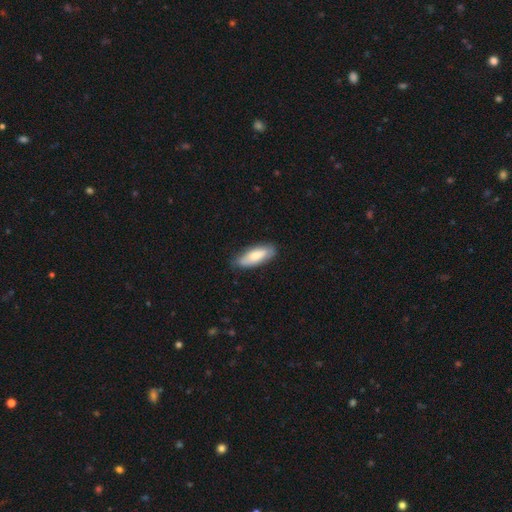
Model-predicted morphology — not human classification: smooth 75%, featured or disk 20%, star or artifact 5%. Down the decision tree: how rounded — in between (68%); merging — none (80%).